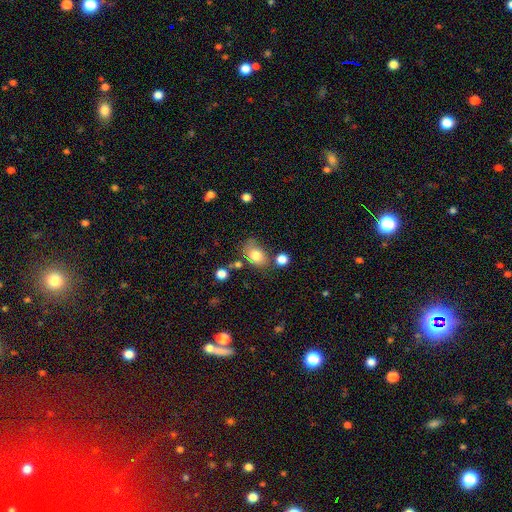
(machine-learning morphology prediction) Overall: smooth (78%). How rounded: in between (77%). Merging: none (57%; minor disturbance 23%).